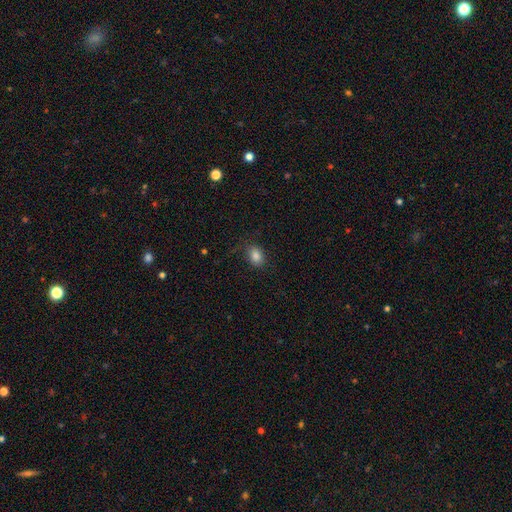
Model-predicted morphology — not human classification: smooth 85%, star or artifact 9%, featured or disk 6%. Down the decision tree: how rounded — in between (72%); merging — none (80%).